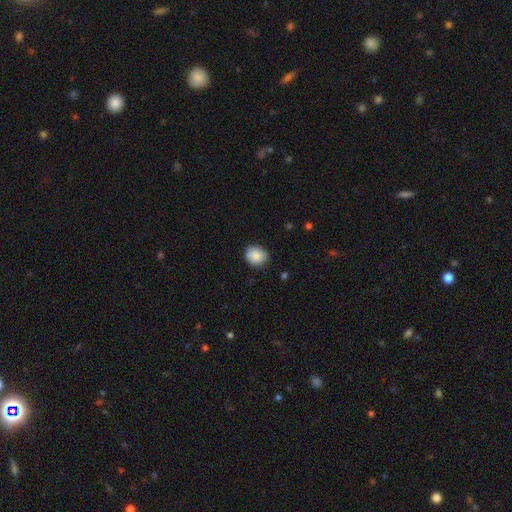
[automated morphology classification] smooth_or_featured: smooth (p=0.86) [alt: star or artifact p=0.07]
how_rounded: round (p=0.59) [alt: in between p=0.40]
merging: none (p=0.81) [alt: minor disturbance p=0.15]